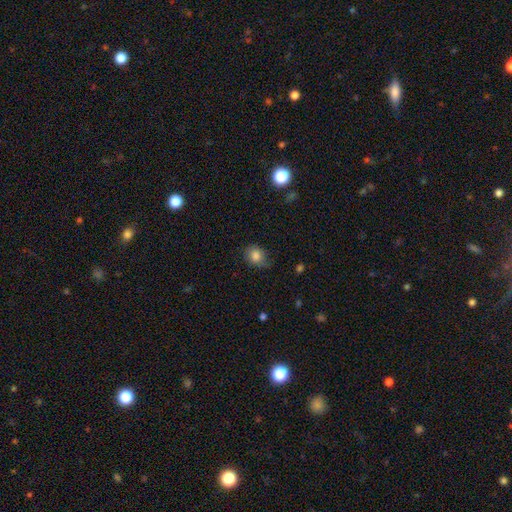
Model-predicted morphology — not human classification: A smooth galaxy with no disk features (83%) that is round (58%). Merging: none (66%).